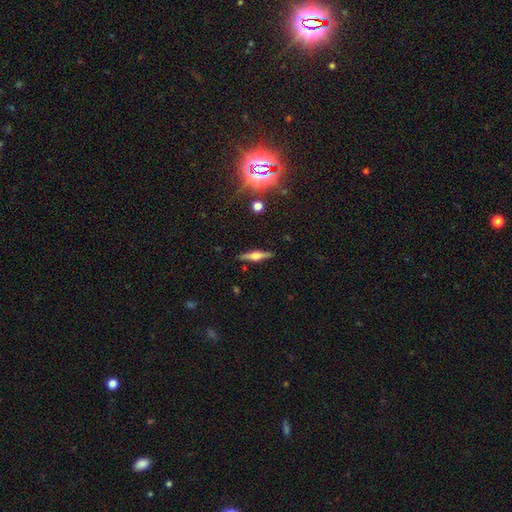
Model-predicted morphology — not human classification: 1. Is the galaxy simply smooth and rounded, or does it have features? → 67% featured or disk, 26% smooth, 8% star or artifact.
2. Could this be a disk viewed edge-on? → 97% yes, 3% no.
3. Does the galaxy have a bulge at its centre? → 88% rounded, 10% boxy, 3% none.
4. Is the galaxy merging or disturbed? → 89% none, 8% minor disturbance, 2% major disturbance, 1% merger.